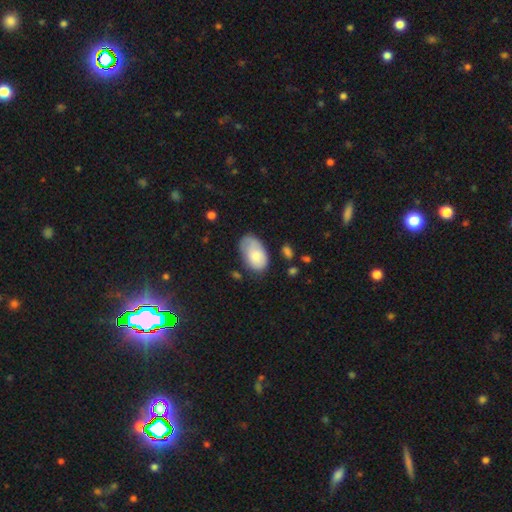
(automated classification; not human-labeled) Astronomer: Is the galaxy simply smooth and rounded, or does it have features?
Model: smooth — 75%.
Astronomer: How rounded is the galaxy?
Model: in between — 93%.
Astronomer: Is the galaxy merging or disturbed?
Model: none — 51% (runner-up: minor disturbance, 34%).